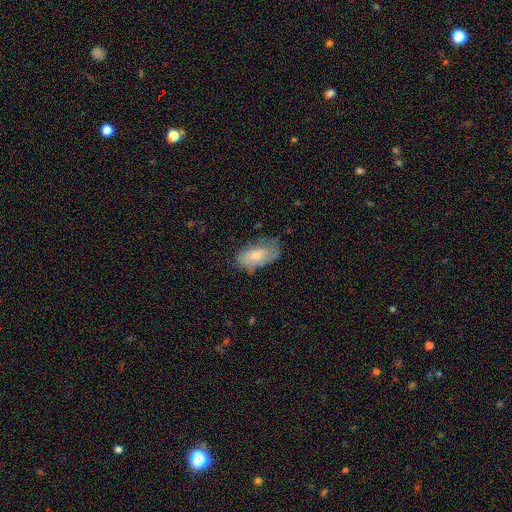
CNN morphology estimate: Overall: smooth (72%). How rounded: in between (93%). Merging: none (56%; minor disturbance 32%).